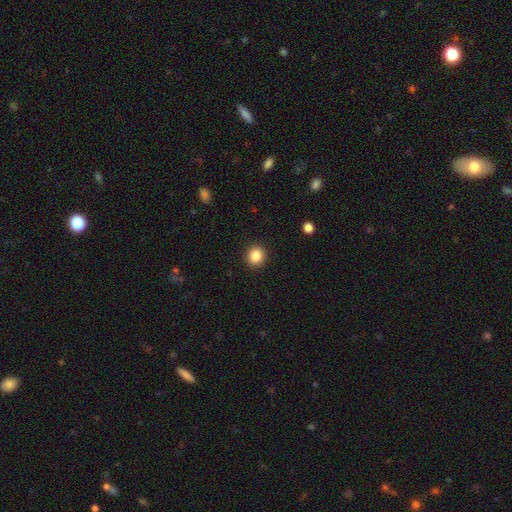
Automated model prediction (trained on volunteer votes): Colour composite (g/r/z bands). It shows a smooth galaxy with no disk features (86%) that is round (87%). Merging: none (92%).